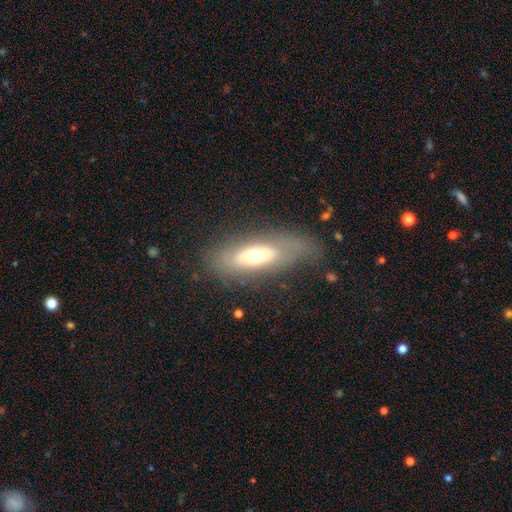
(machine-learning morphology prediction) Smooth or featured: featured or disk — 51% (smooth — 42%)
Edge-on disk: no — 74% (yes — 26%)
Merging: none — 61% (minor disturbance — 22%)